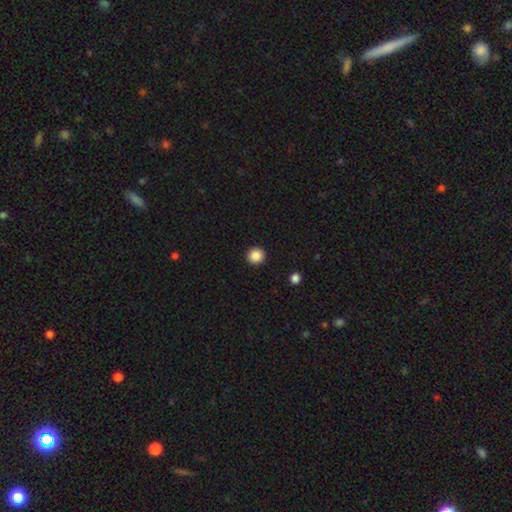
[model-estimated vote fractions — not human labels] smooth 88%, star or artifact 10%, featured or disk 3%. Down the decision tree: how rounded — round (94%); merging — none (93%).